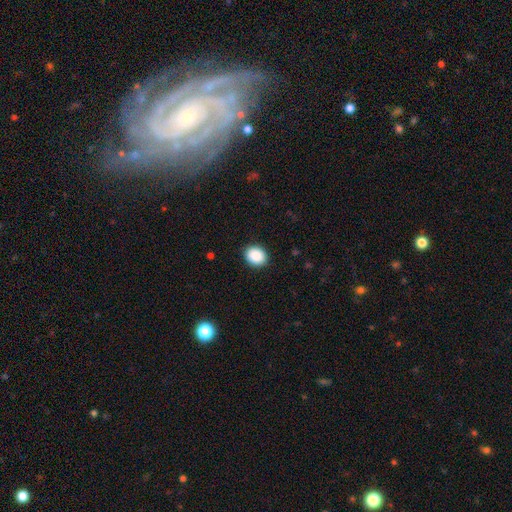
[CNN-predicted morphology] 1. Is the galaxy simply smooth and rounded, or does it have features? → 89% smooth, 8% star or artifact, 3% featured or disk.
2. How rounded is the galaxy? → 56% round, 43% in between, 1% cigar-shaped.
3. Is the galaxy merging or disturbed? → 90% none, 7% minor disturbance, 2% major disturbance, 1% merger.